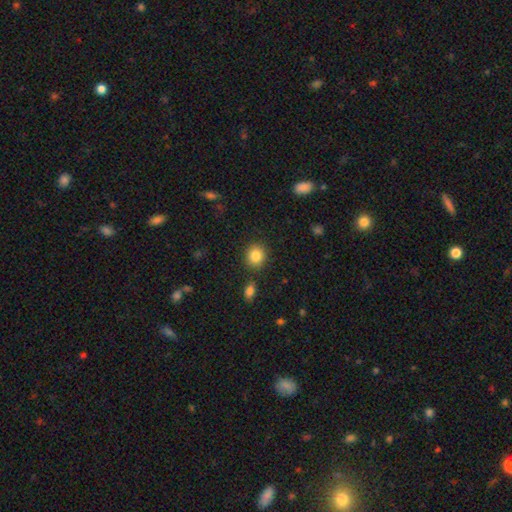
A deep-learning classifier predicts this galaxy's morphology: This is clearly a smooth galaxy (85%). How rounded: clearly round (80%). Merging: clearly none (86%).